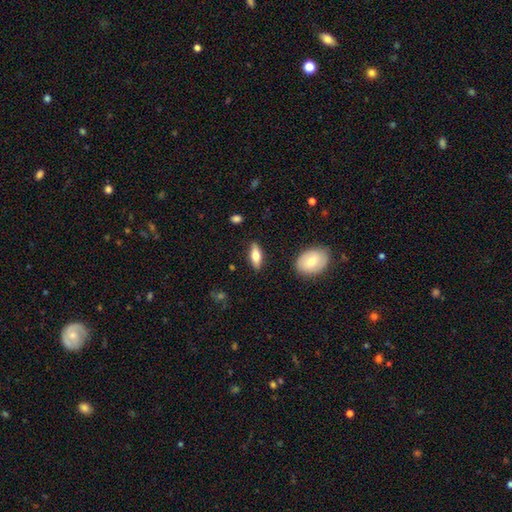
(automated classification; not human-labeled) Morphology: type=smooth (64%); roundness=in between (69%); merging=none (86%).